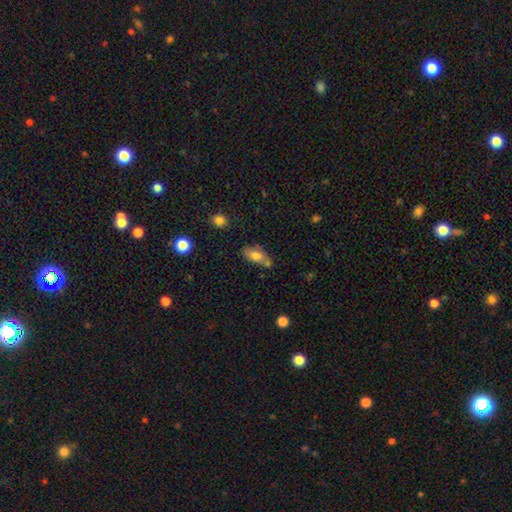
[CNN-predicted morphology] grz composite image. It shows a smooth galaxy with no disk features (74%) that is in between round and cigar-shaped (87%). Merging: none (57%).